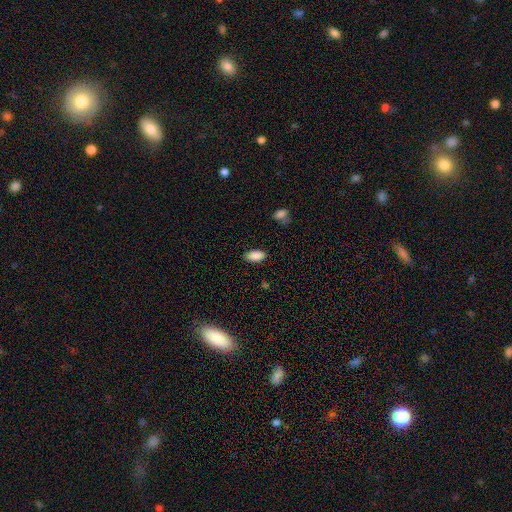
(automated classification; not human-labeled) This appears to be a smooth galaxy with no disk features (88%) that is in between round and cigar-shaped (93%). Merging: none (83%).